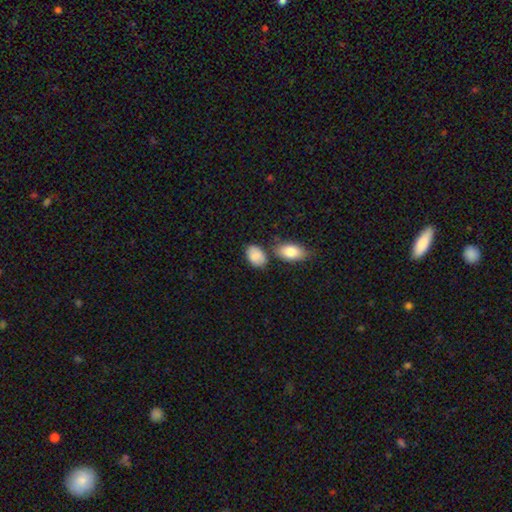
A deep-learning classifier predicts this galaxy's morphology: Smooth or featured: smooth — 86% (featured or disk — 8%)
How rounded: in between — 88% (round — 11%)
Merging: none — 65% (minor disturbance — 19%)